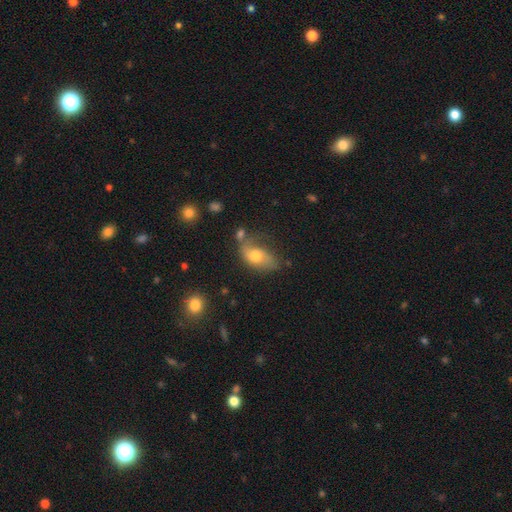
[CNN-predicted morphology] Smooth or featured: smooth — 56% (featured or disk — 35%)
How rounded: in between — 87% (round — 9%)
Merging: none — 44% (minor disturbance — 29%)